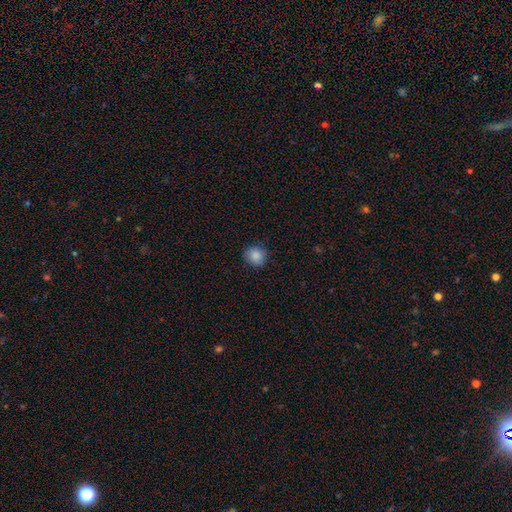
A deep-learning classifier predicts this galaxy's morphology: Smooth or featured: smooth — 87% (star or artifact — 9%)
How rounded: round — 90% (in between — 9%)
Merging: none — 89% (minor disturbance — 8%)